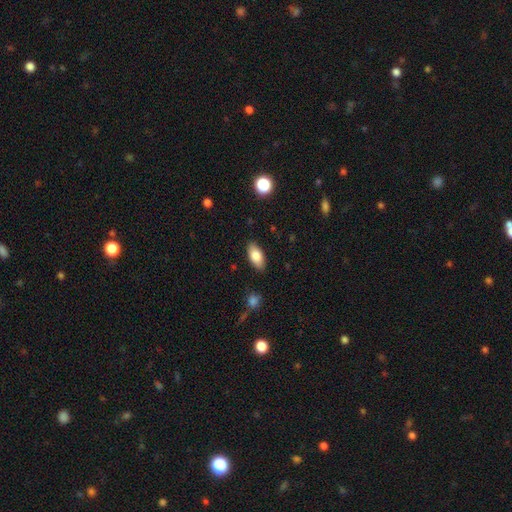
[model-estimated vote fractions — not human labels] A smooth galaxy with no disk features (82%) that is in between round and cigar-shaped (90%). Merging: none (87%).